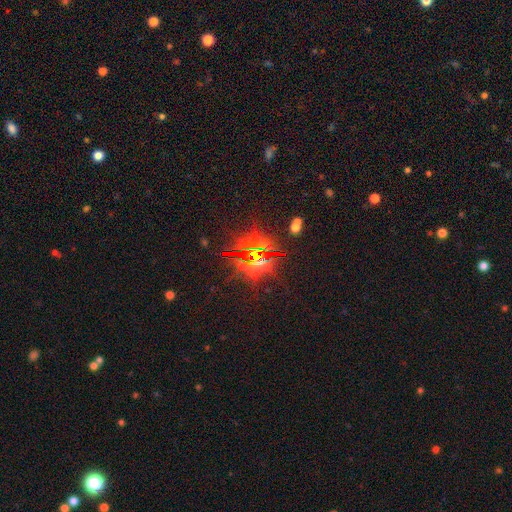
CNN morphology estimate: A star or artifact, not a galaxy (79%).

Vote fractions:
- Smooth or featured? star or artifact: 79% / smooth: 12% / featured or disk: 9%